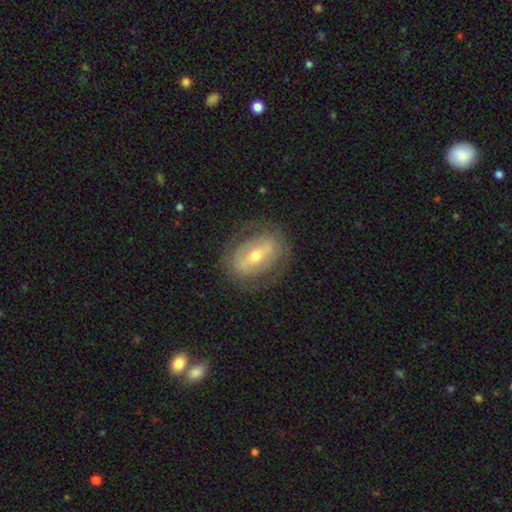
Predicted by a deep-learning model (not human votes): A featured or disk galaxy (68%) with a strong bar (49%), no spiral arms (61%) and a moderate central bulge (55%).

Vote fractions:
- Smooth or featured? featured or disk: 68% / smooth: 25% / star or artifact: 6%
- Edge-on disk? no: 90% / yes: 10%
- Bar? strong: 49% / weak: 29% / no: 22%
- Spiral arms? no: 61% / yes: 39%
- Bulge size? moderate: 55% / small: 39% / large: 3% / none: 1% / dominant: 1%
- Merging? none: 76% / minor disturbance: 14% / major disturbance: 9% / merger: 1%